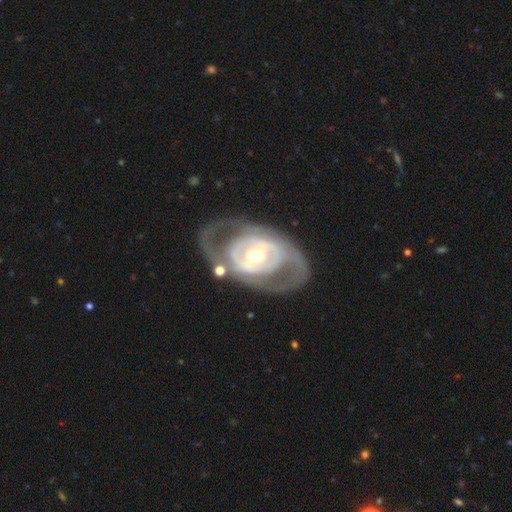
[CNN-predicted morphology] The model was most divided on "spiral arms": no: 51%, yes: 49%. More confident: edge-on disk — no (94%); smooth or featured — featured or disk (80%); bulge size — moderate (68%); merging — none (67%); bar — no (53%).